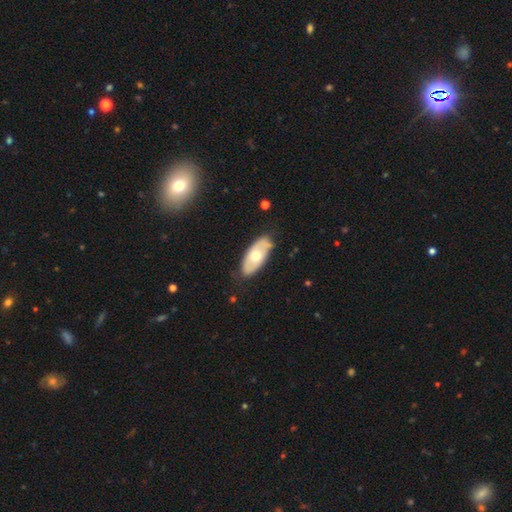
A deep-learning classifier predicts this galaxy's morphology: smooth_or_featured: smooth (p=0.50) [alt: featured or disk p=0.45]
how_rounded: in between (p=0.90) [alt: cigar-shaped p=0.08]
merging: none (p=0.77) [alt: minor disturbance p=0.18]